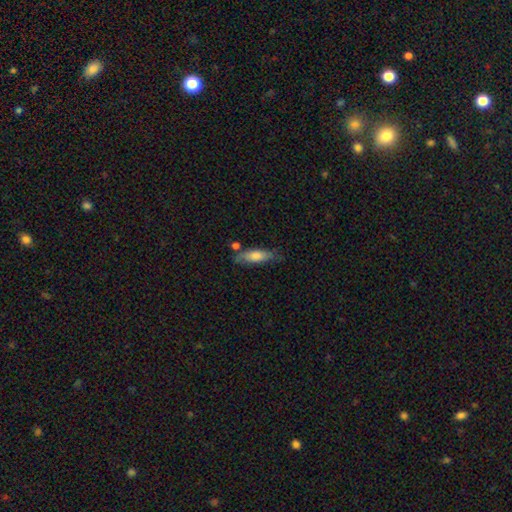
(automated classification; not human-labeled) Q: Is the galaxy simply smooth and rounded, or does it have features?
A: smooth — 70%.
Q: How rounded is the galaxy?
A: cigar-shaped — 51%.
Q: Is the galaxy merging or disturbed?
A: none — 65%.